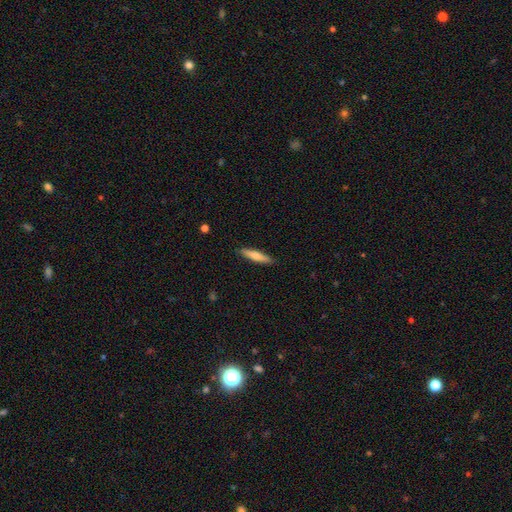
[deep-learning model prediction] A smooth galaxy with no disk features (66%) that is cigar-shaped (87%).

Vote fractions:
- Smooth or featured? smooth: 66% / featured or disk: 29% / star or artifact: 5%
- How rounded? cigar-shaped: 87% / in between: 11% / round: 1%
- Merging? none: 89% / minor disturbance: 8% / major disturbance: 2% / merger: 1%